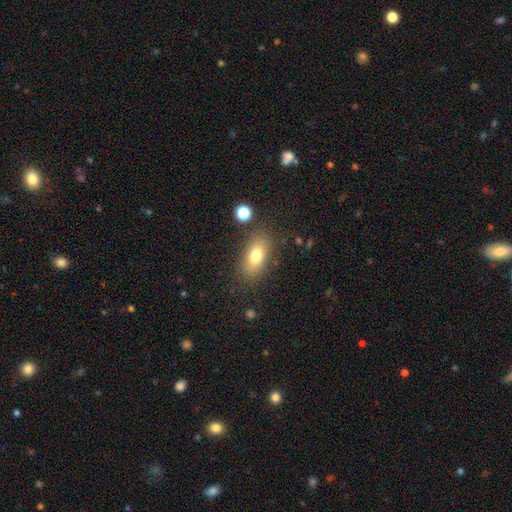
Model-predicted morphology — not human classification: Smooth or featured?
  - smooth: 77% *
  - featured or disk: 14%
  - star or artifact: 10%
How rounded?
  - in between: 84% *
  - round: 9%
  - cigar-shaped: 7%
Merging?
  - none: 80% *
  - minor disturbance: 12%
  - major disturbance: 5%
  - merger: 3%